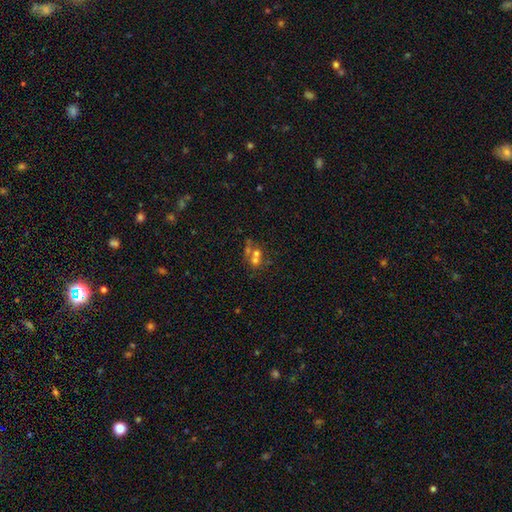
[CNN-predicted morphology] Smooth or featured? smooth (50%)
Merging? merger (58%)